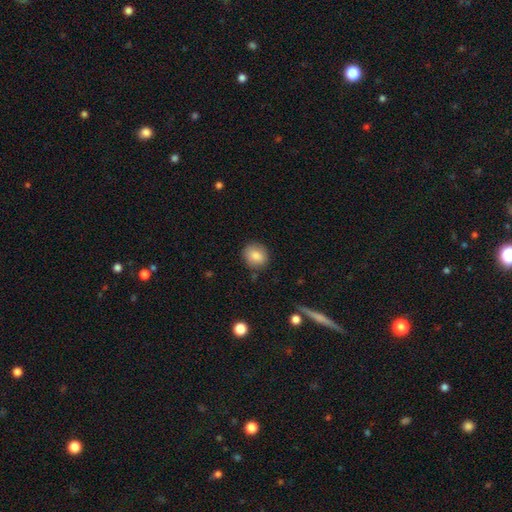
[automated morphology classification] Q: Smooth or featured?
A: smooth (84%); runner-up: star or artifact (8%)
Q: How rounded?
A: round (81%); runner-up: in between (18%)
Q: Merging?
A: none (86%); runner-up: minor disturbance (10%)